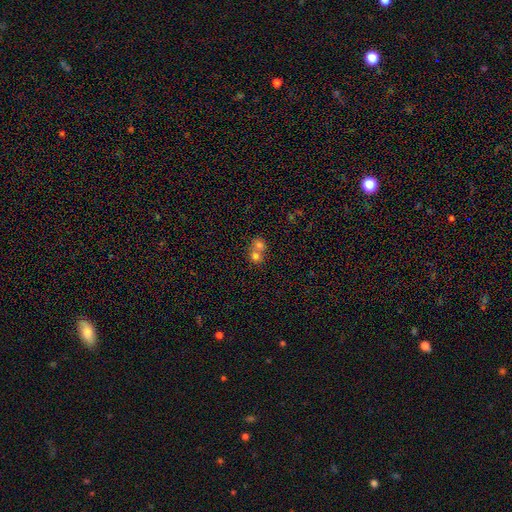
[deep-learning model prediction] Overall: smooth (73%). How rounded: round (76%). Merging: merger (68%).